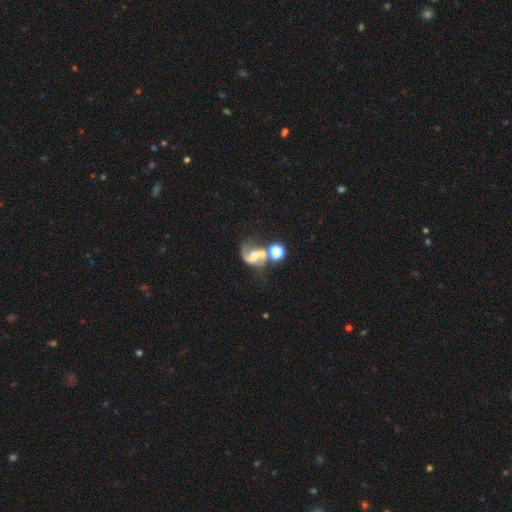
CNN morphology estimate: smooth-or-featured: featured or disk: 70% | smooth: 18% | star or artifact: 12%
  disk-edge-on: no: 98% | yes: 2%
    bar: no: 43% | weak: 39% | strong: 18%
    has-spiral-arms: yes: 89% | no: 11%
      spiral-winding: loose: 56% | medium: 35% | tight: 9%
      spiral-arm-count: 2: 79% | 1: 14% | can't tell: 5% | 3: 1% | 4: 1% | more than 4: 1%
    bulge-size: small: 34% | moderate: 32% | none: 21% | large: 10% | dominant: 3%
  merging: merger: 38% | none: 29% | major disturbance: 19% | minor disturbance: 14%